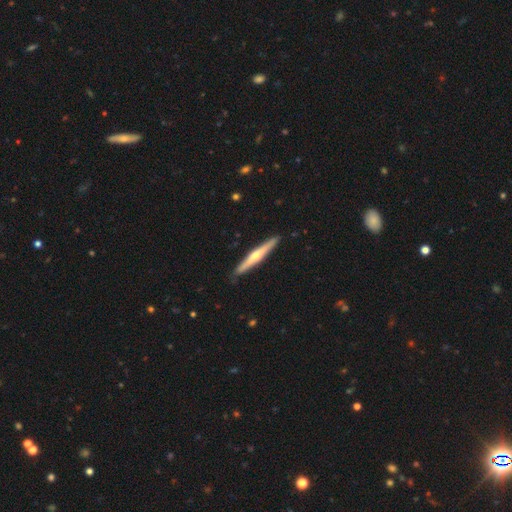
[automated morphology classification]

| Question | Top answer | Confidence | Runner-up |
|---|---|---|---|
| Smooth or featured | featured or disk | 65% | smooth (30%) |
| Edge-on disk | yes | 97% | no (3%) |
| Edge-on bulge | rounded | 85% | none (12%) |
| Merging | none | 91% | minor disturbance (7%) |